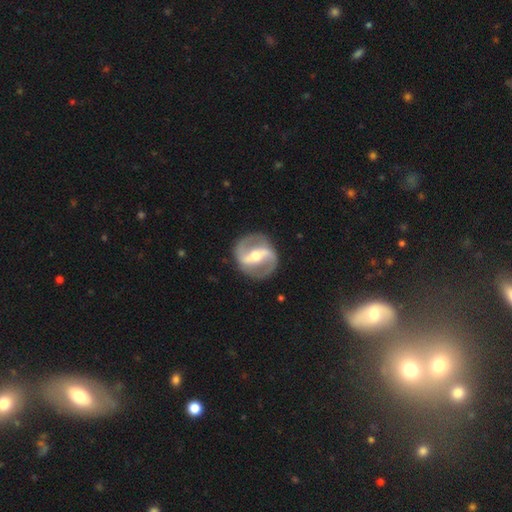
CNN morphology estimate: Smooth or featured? featured or disk (87%)
Edge-on disk? no (96%)
Bar? strong (69%)
Spiral arms? yes (86%)
Spiral winding? medium (49%)
Spiral arm count? 2 (92%)
Bulge size? moderate (67%)
Merging? none (87%)